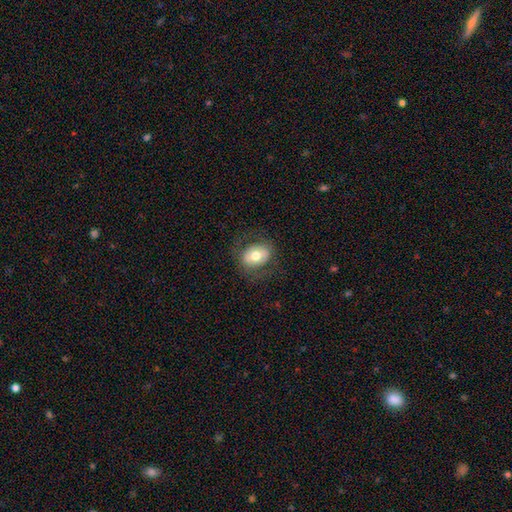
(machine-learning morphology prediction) Smooth or featured? Predicted: smooth (p=0.62). How rounded? Predicted: in between (p=0.58). Merging? Predicted: none (p=0.77).